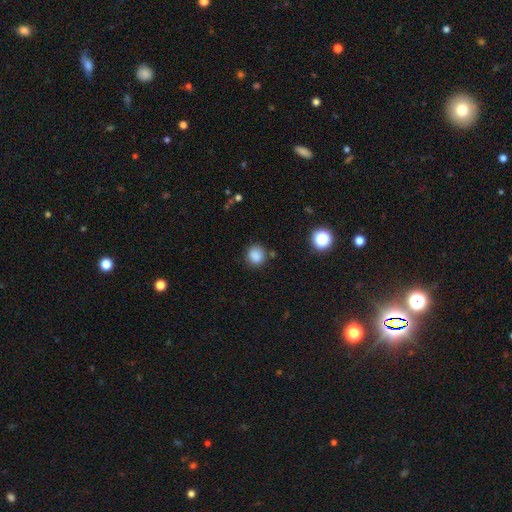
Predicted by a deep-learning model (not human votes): This is clearly a smooth galaxy (85%). How rounded: clearly round (87%). Merging: clearly none (84%).